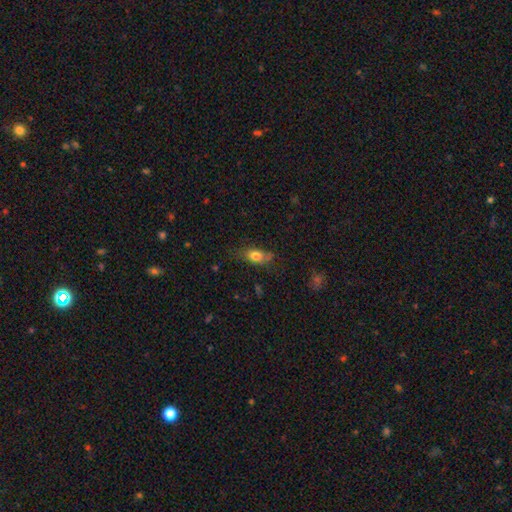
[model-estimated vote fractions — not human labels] smooth_or_featured: smooth (p=0.76) [alt: featured or disk p=0.14]
how_rounded: in between (p=0.79) [alt: cigar-shaped p=0.11]
merging: none (p=0.60) [alt: minor disturbance p=0.28]